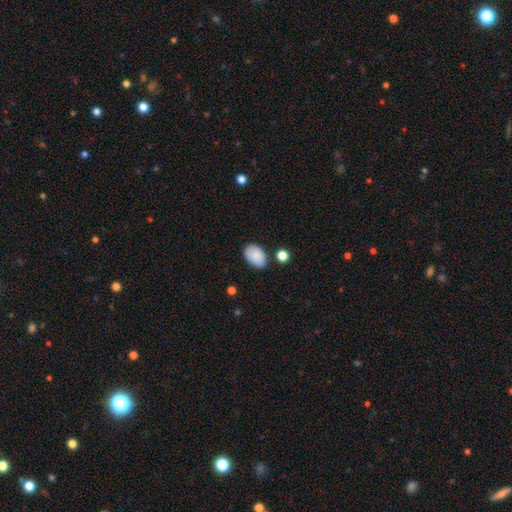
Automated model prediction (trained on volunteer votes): Q: Smooth or featured?
A: smooth (88%); runner-up: star or artifact (7%)
Q: How rounded?
A: in between (89%); runner-up: round (10%)
Q: Merging?
A: none (78%); runner-up: minor disturbance (15%)